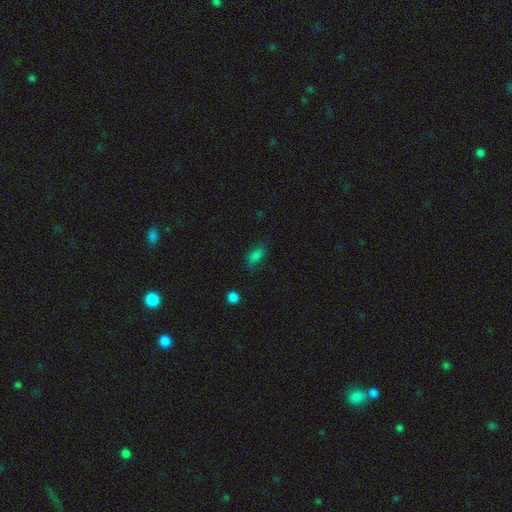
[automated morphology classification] Overall: smooth (77%). How rounded: in between (85%). Merging: none (64%; minor disturbance 25%).